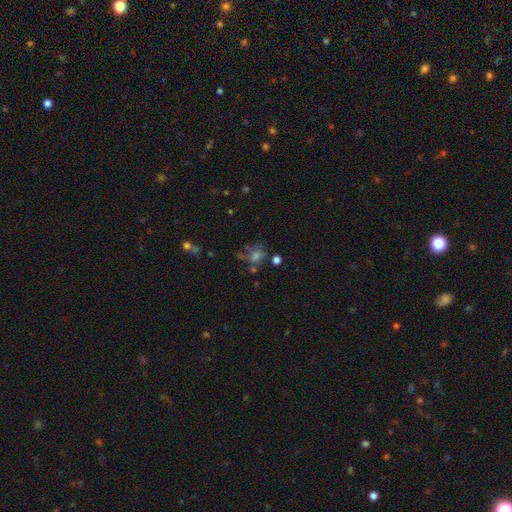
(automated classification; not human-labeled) A smooth galaxy with no disk features (42%).

Vote fractions:
- Smooth or featured? smooth: 42% / star or artifact: 30% / featured or disk: 28%
- Merging? none: 48% / major disturbance: 20% / minor disturbance: 19% / merger: 13%